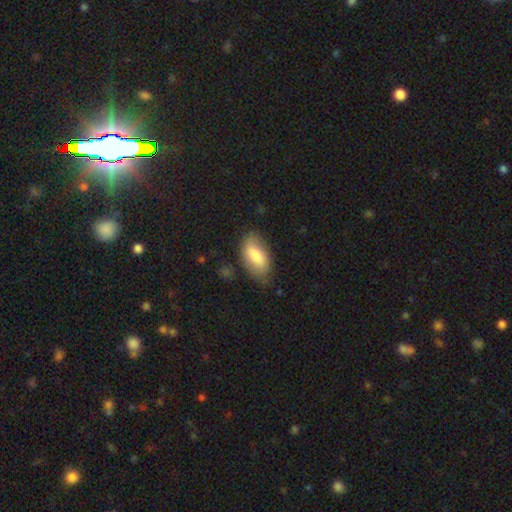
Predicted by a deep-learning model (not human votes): Smooth or featured? smooth (76%)
How rounded? in between (92%)
Merging? none (73%)